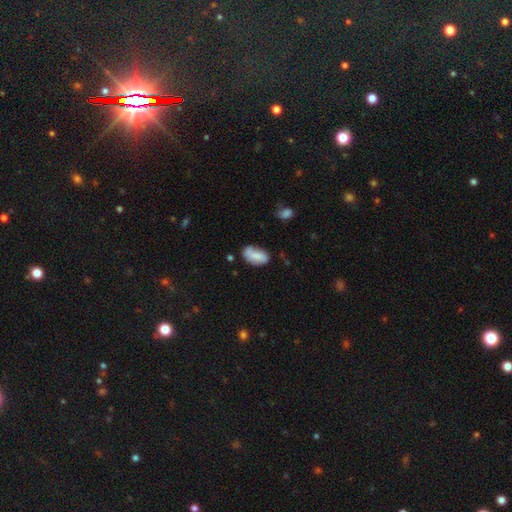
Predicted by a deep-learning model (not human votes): Morphology: type=smooth (69%); roundness=in between (92%); merging=none (58%).